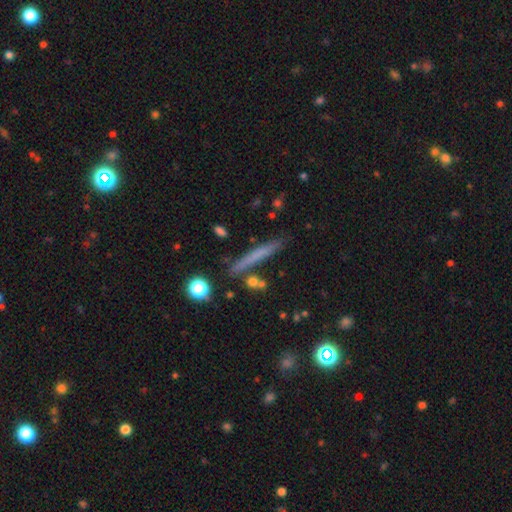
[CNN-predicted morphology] A smooth galaxy with no disk features (59%) that is cigar-shaped (94%). Merging: none (84%).